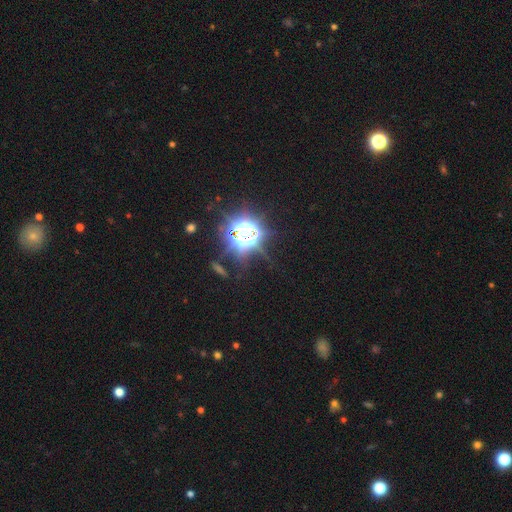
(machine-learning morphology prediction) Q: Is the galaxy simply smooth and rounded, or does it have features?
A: star or artifact — 84%.